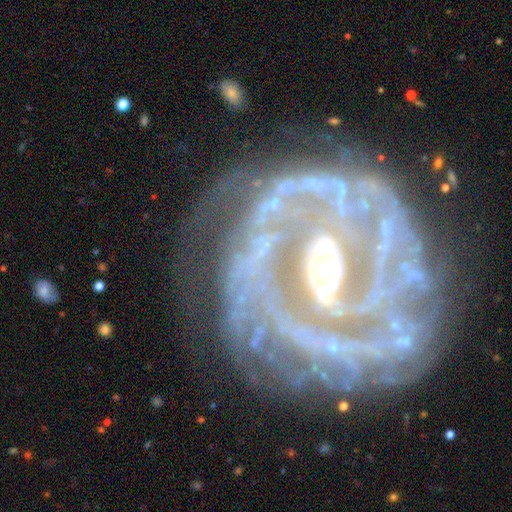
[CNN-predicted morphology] A featured or disk galaxy (89%) with a strong bar (40%), tight (67%) spiral arms (90%) and a moderate central bulge (65%).

Vote fractions:
- Smooth or featured? featured or disk: 89% / star or artifact: 6% / smooth: 5%
- Edge-on disk? no: 97% / yes: 3%
- Bar? strong: 40% / weak: 33% / no: 27%
- Spiral arms? yes: 90% / no: 10%
- Spiral winding? tight: 67% / medium: 25% / loose: 8%
- Spiral arm count? can't tell: 30% / 2: 26% / 3: 14% / more than 4: 11% / 4: 10% / 1: 9%
- Bulge size? moderate: 65% / small: 24% / large: 8% / none: 2% / dominant: 1%
- Merging? none: 67% / minor disturbance: 18% / major disturbance: 13% / merger: 3%